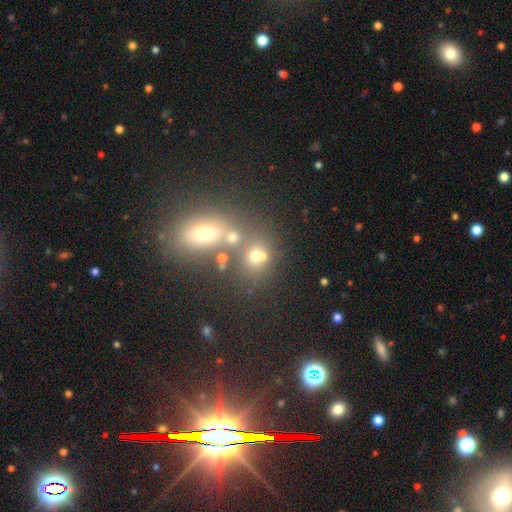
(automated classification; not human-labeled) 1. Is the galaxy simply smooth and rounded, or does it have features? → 62% smooth, 22% star or artifact, 16% featured or disk.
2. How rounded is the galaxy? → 66% round, 32% in between, 2% cigar-shaped.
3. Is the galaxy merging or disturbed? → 46% none, 40% merger, 9% minor disturbance, 5% major disturbance.